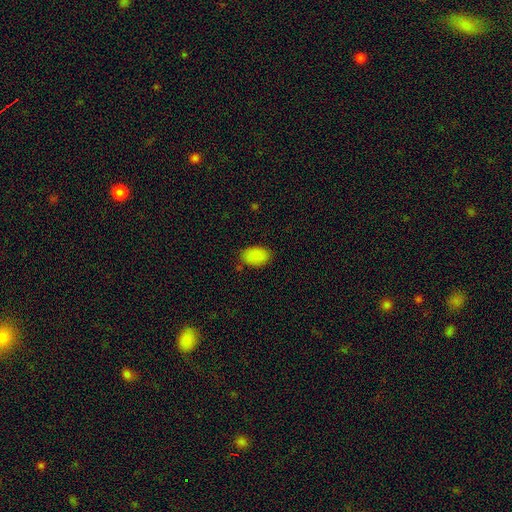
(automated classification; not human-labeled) smooth-or-featured: smooth: 88% | star or artifact: 8% | featured or disk: 4%
  how-rounded: in between: 90% | round: 9% | cigar-shaped: 1%
  merging: none: 80% | minor disturbance: 15% | major disturbance: 3% | merger: 2%